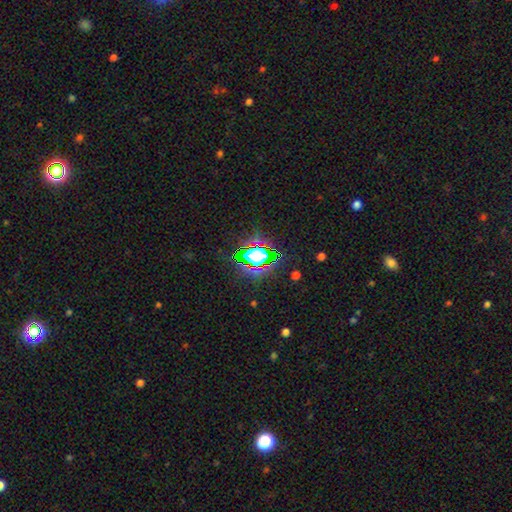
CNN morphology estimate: smooth_or_featured: star or artifact (p=0.64) [alt: smooth p=0.23]